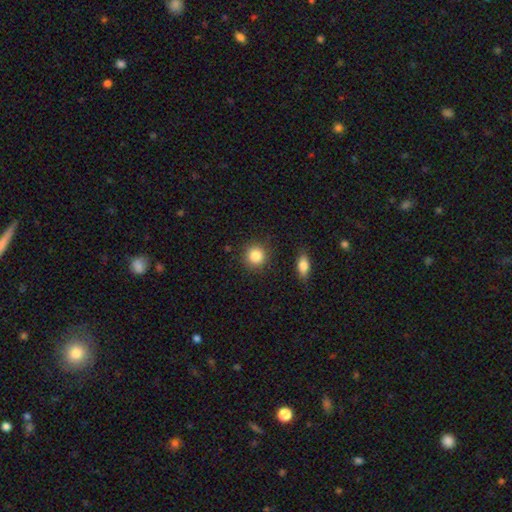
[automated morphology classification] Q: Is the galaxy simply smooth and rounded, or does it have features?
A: smooth — 87%.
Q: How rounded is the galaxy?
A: round — 90%.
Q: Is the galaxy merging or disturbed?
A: none — 87%.